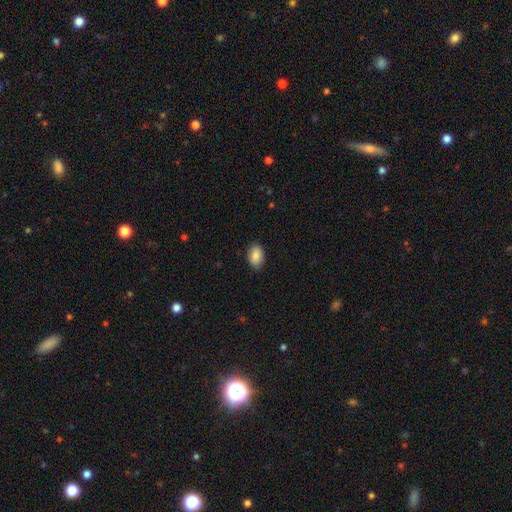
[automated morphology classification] Q: Smooth or featured?
A: smooth (87%); runner-up: star or artifact (7%)
Q: How rounded?
A: in between (88%); runner-up: round (11%)
Q: Merging?
A: none (87%); runner-up: minor disturbance (10%)